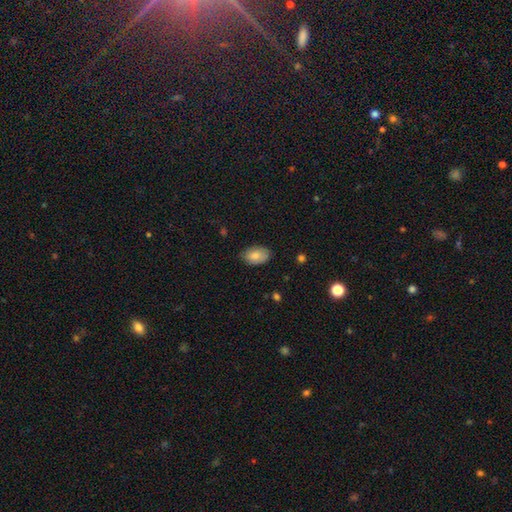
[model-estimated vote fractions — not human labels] A smooth galaxy with no disk features (83%) that is in between round and cigar-shaped (91%).

Vote fractions:
- Smooth or featured? smooth: 83% / featured or disk: 10% / star or artifact: 7%
- How rounded? in between: 91% / round: 8% / cigar-shaped: 1%
- Merging? none: 79% / minor disturbance: 17% / major disturbance: 3% / merger: 1%